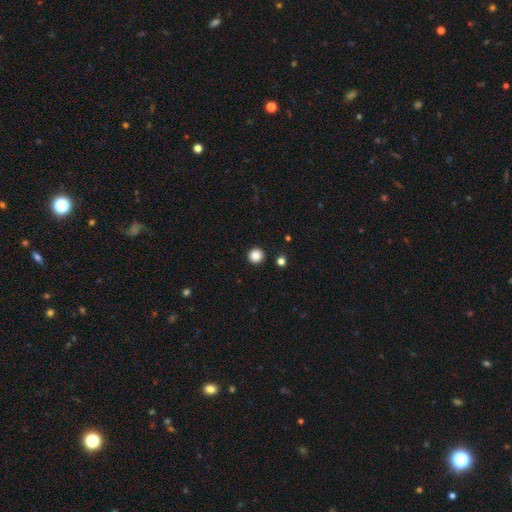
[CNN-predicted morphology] Smooth or featured? smooth (86%)
How rounded? round (96%)
Merging? none (93%)